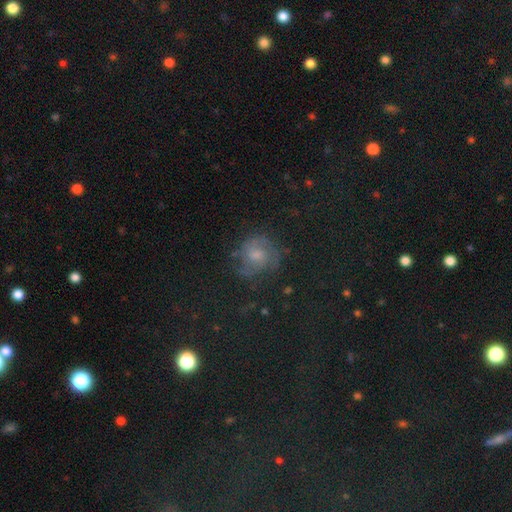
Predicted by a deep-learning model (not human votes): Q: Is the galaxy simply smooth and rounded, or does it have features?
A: featured or disk — 49%.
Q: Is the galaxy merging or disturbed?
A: none — 63%.